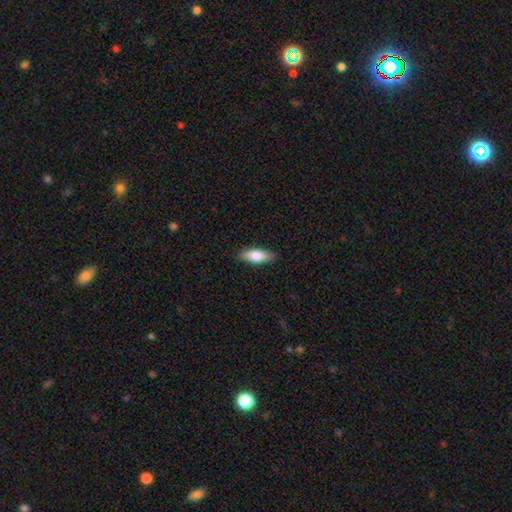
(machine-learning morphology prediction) Overall: smooth (78%). How rounded: in between (69%; cigar-shaped 29%). Merging: none (88%).